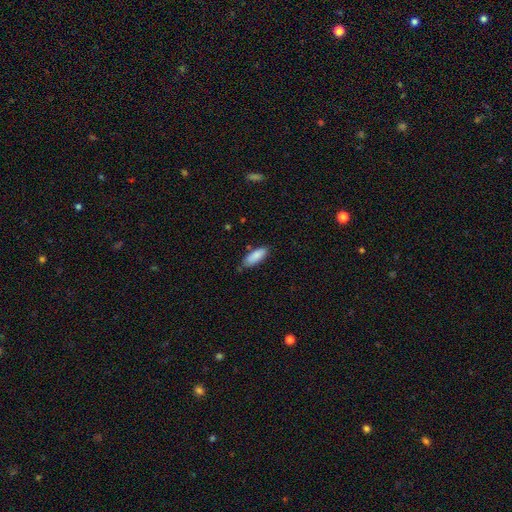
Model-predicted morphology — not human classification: Smooth or featured?
  - smooth: 87% *
  - featured or disk: 7%
  - star or artifact: 6%
How rounded?
  - in between: 75% *
  - cigar-shaped: 24%
  - round: 2%
Merging?
  - none: 76% *
  - minor disturbance: 19%
  - major disturbance: 3%
  - merger: 3%